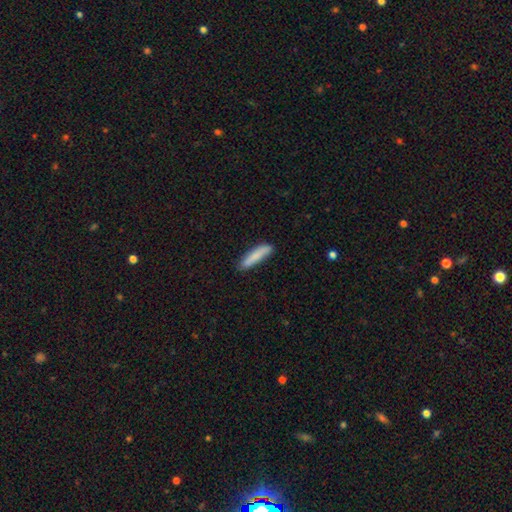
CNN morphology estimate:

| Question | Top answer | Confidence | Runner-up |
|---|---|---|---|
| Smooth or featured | smooth | 84% | featured or disk (10%) |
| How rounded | cigar-shaped | 87% | in between (12%) |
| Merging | none | 84% | minor disturbance (13%) |